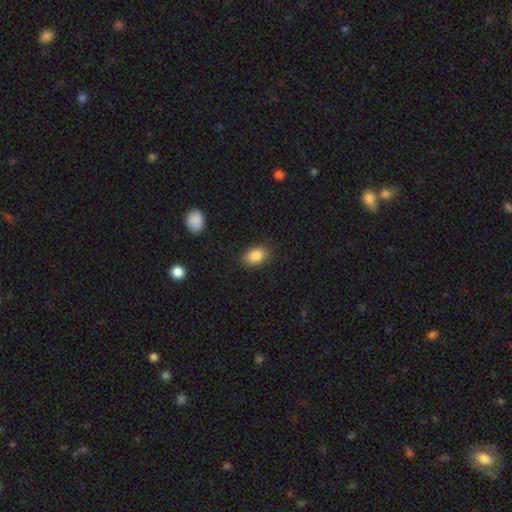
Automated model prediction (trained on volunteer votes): Smooth or featured? Predicted: smooth (p=0.87). How rounded? Predicted: in between (p=0.86). Merging? Predicted: none (p=0.86).